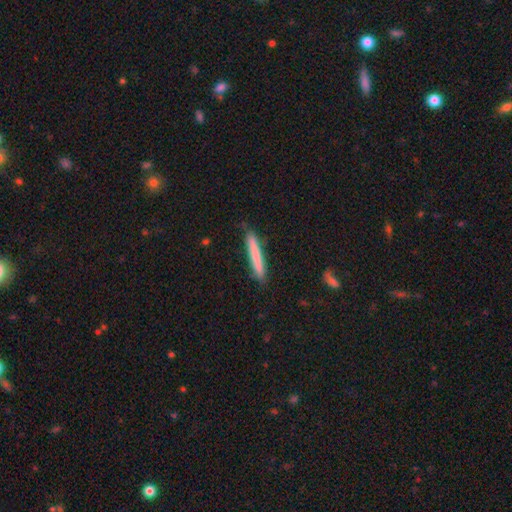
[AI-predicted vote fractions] The model was most divided on "smooth or featured": smooth: 75%, featured or disk: 19%, star or artifact: 6%. More confident: how rounded — cigar-shaped (96%); merging — none (86%).